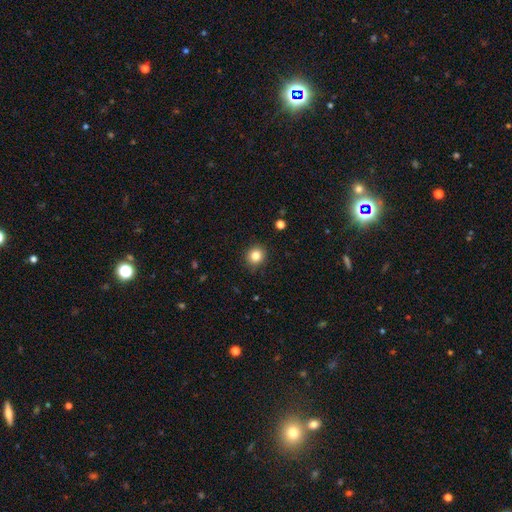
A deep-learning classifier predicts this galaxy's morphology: A smooth galaxy with no disk features (83%) that is round (87%). Merging: none (88%).